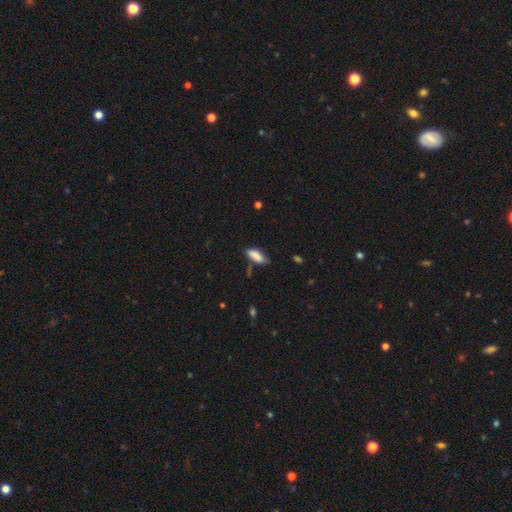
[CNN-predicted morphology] type=smooth (85%); roundness=in between (74%); merging=none (65%).